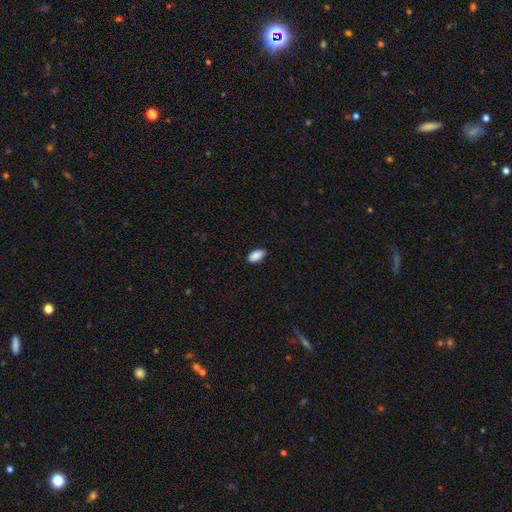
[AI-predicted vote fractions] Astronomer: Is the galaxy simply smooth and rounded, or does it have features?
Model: smooth — 90%.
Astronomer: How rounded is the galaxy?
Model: in between — 94%.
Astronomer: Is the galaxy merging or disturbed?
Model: none — 84%.